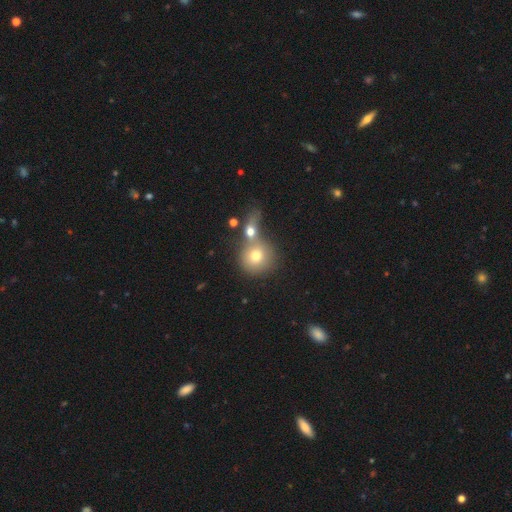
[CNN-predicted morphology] smooth_or_featured: smooth (p=0.70) [alt: featured or disk p=0.18]
how_rounded: round (p=0.88) [alt: in between p=0.10]
merging: merger (p=0.51) [alt: none p=0.36]